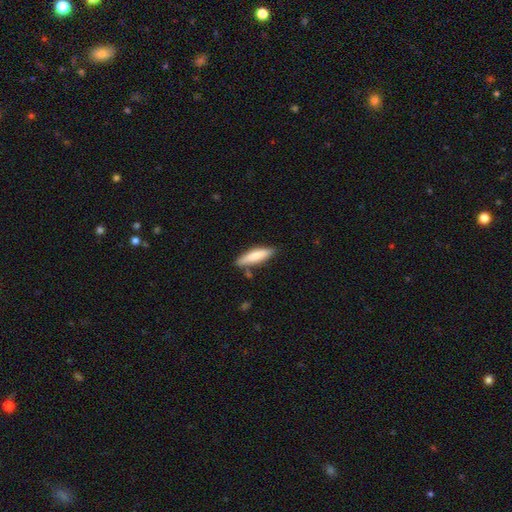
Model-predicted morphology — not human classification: smooth-or-featured: smooth: 78% | featured or disk: 17% | star or artifact: 6%
  how-rounded: cigar-shaped: 68% | in between: 30% | round: 1%
  merging: none: 77% | minor disturbance: 15% | merger: 5% | major disturbance: 3%